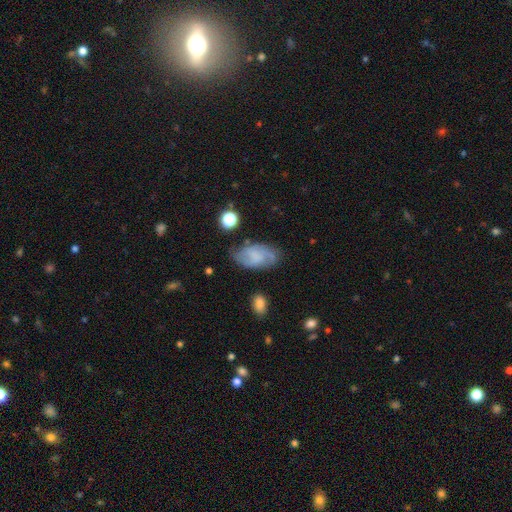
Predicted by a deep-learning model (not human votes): Smooth or featured? Predicted: featured or disk (p=0.55). Edge-on disk? Predicted: no (p=0.96). Bar? Predicted: no (p=0.48). Spiral arms? Predicted: yes (p=0.87). Bulge size? Predicted: none (p=0.55). Merging? Predicted: none (p=0.68).